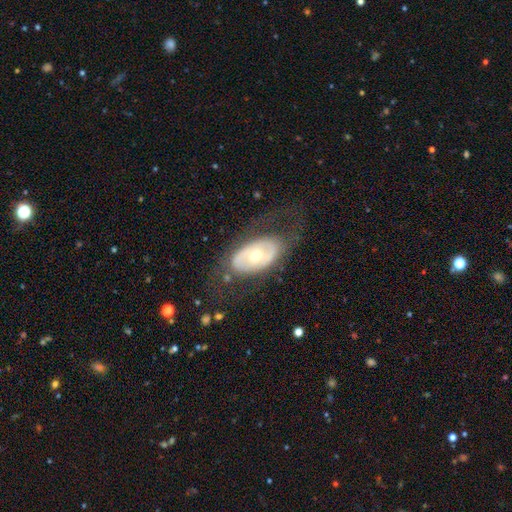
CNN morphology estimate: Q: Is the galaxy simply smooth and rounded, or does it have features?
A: featured or disk — 61%.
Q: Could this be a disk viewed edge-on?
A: no — 90%.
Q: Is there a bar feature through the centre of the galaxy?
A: no — 75%.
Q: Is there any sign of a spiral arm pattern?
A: no — 71%.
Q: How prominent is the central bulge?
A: moderate — 58%.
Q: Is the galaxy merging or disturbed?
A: none — 64%.